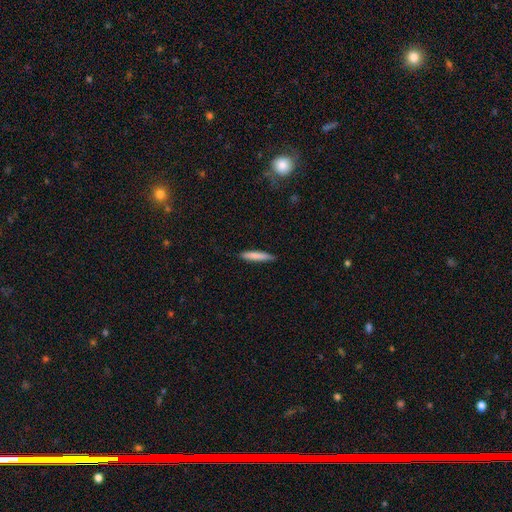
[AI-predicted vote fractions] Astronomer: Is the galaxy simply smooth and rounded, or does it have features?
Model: smooth — 81%.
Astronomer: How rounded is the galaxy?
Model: cigar-shaped — 91%.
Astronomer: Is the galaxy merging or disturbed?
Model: none — 88%.